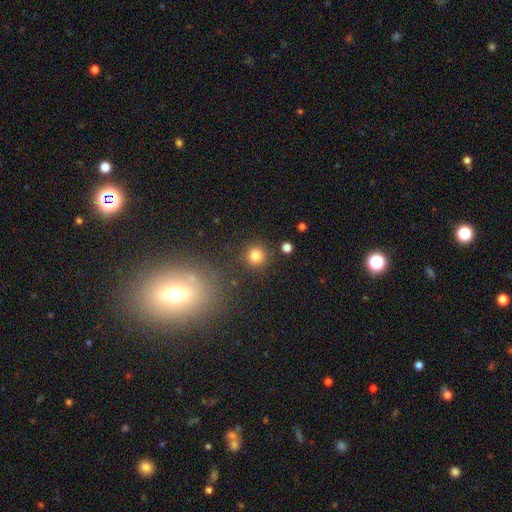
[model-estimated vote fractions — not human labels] Smooth or featured?
  - smooth: 81% *
  - star or artifact: 14%
  - featured or disk: 6%
How rounded?
  - round: 93% *
  - in between: 6%
  - cigar-shaped: 1%
Merging?
  - none: 86% *
  - minor disturbance: 7%
  - merger: 4%
  - major disturbance: 3%